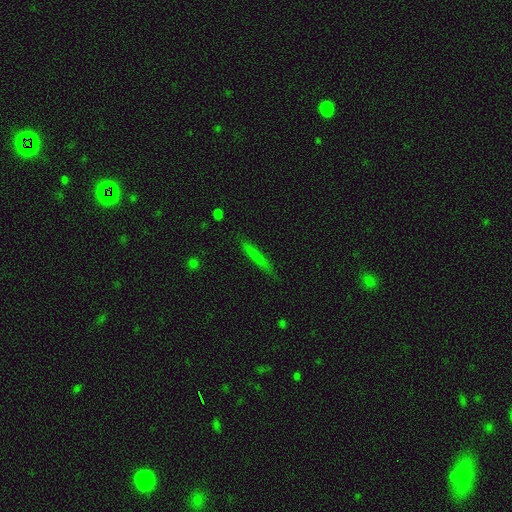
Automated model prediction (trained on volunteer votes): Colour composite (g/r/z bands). It shows a smooth galaxy with no disk features (66%) that is cigar-shaped (94%). Merging: none (86%).